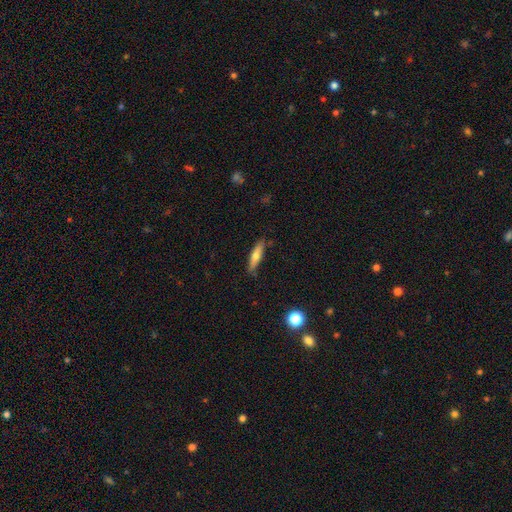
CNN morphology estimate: type=smooth (63%); roundness=cigar-shaped (79%); merging=none (84%).